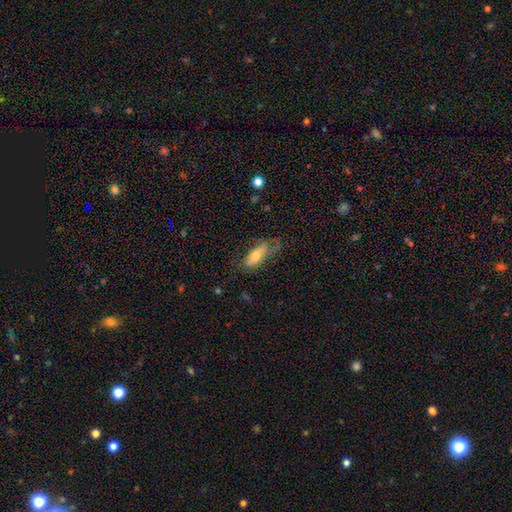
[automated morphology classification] Smooth or featured?
  - smooth: 65% *
  - featured or disk: 28%
  - star or artifact: 7%
How rounded?
  - in between: 73% *
  - cigar-shaped: 24%
  - round: 3%
Merging?
  - none: 42% *
  - minor disturbance: 31%
  - major disturbance: 25%
  - merger: 2%